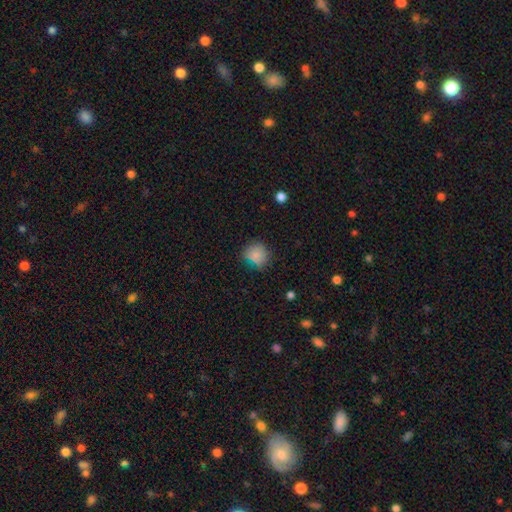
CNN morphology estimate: Smooth or featured?
  - smooth: 81% *
  - star or artifact: 12%
  - featured or disk: 6%
How rounded?
  - round: 85% *
  - in between: 14%
  - cigar-shaped: 1%
Merging?
  - none: 74% *
  - minor disturbance: 19%
  - major disturbance: 5%
  - merger: 2%